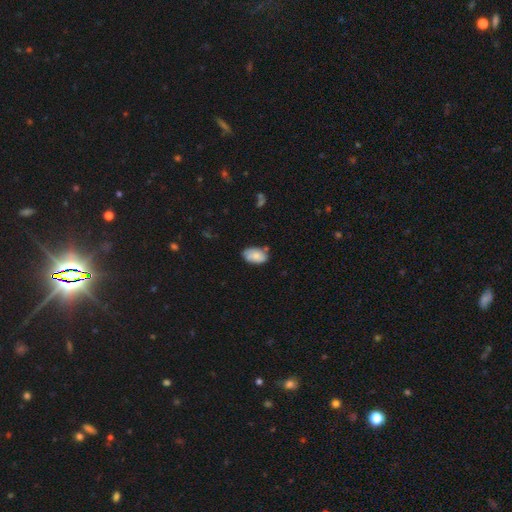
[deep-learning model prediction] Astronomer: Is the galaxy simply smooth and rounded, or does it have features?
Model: smooth — 79%.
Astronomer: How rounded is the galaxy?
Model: in between — 93%.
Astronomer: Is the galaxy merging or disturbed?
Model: none — 67%.